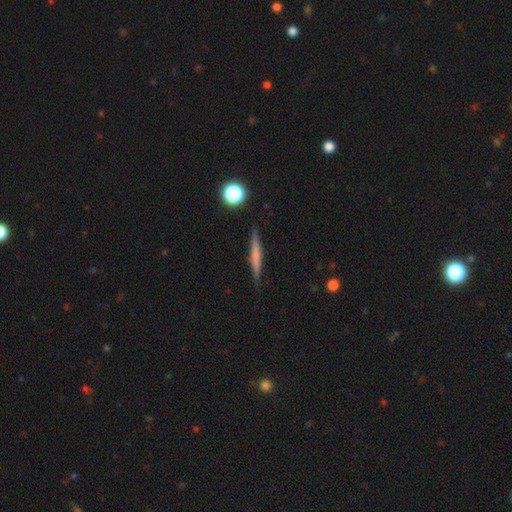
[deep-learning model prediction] Q: Smooth or featured?
A: smooth (47%); runner-up: featured or disk (45%)
Q: Merging?
A: none (89%); runner-up: minor disturbance (8%)